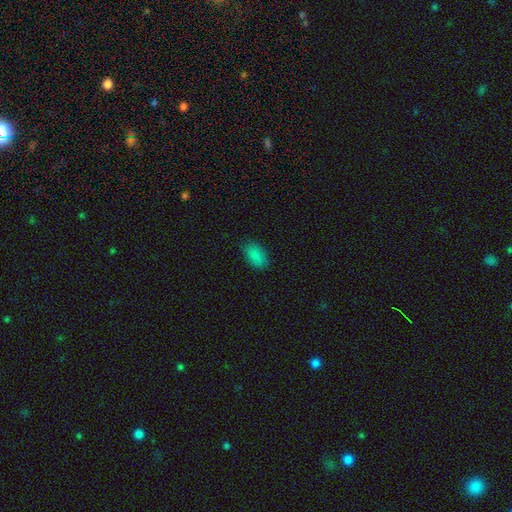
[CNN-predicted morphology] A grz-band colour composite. It shows a smooth galaxy with no disk features (86%) that is in between round and cigar-shaped (92%). Merging: none (83%).